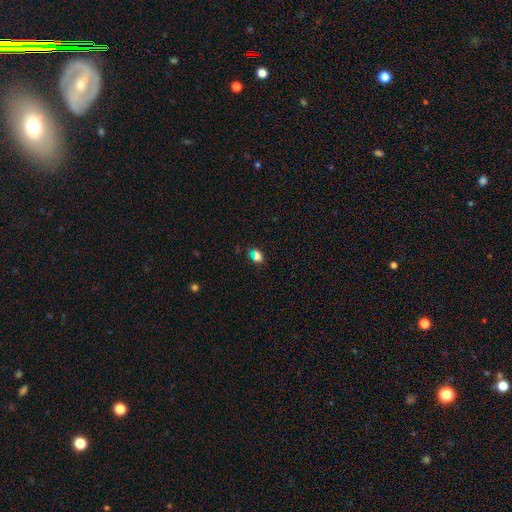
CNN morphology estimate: A smooth galaxy with no disk features (71%) that is in between round and cigar-shaped (59%). Merging: none (82%).